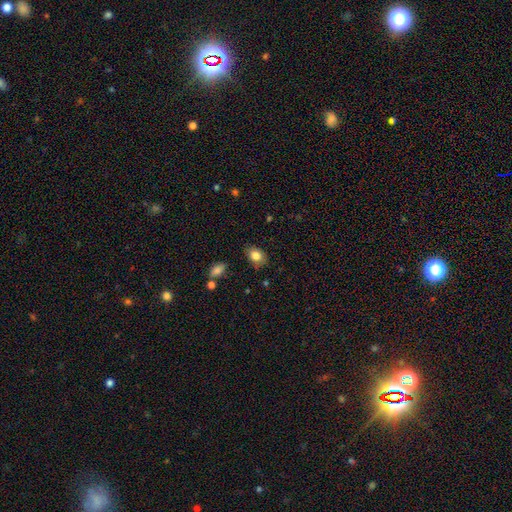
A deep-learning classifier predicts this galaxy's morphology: Smooth or featured: smooth — 82% (featured or disk — 9%)
How rounded: in between — 72% (round — 27%)
Merging: none — 81% (minor disturbance — 15%)